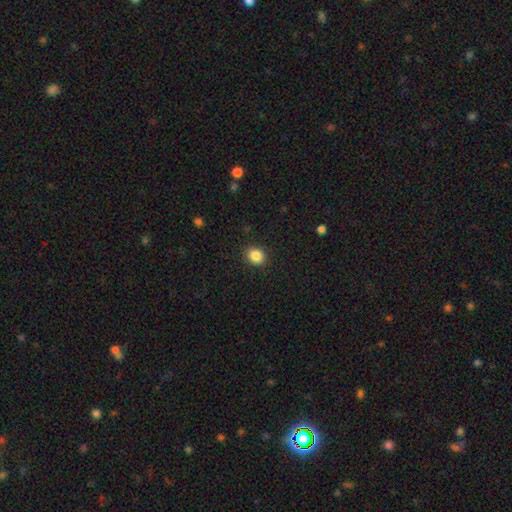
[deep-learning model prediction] Morphology: type=smooth (87%); roundness=round (63%); merging=none (90%).